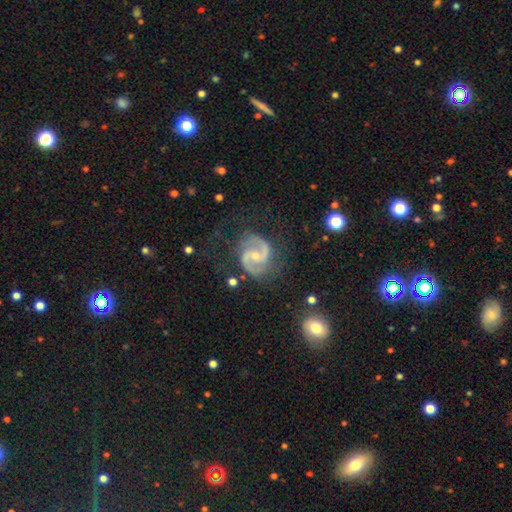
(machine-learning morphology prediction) type=featured or disk (91%); edge-on=no (98%); bar=weak (46%); spiral arms=yes (98%); winding=medium (61%); arm count=2 (94%); bulge=small (60%); merging=none (76%).